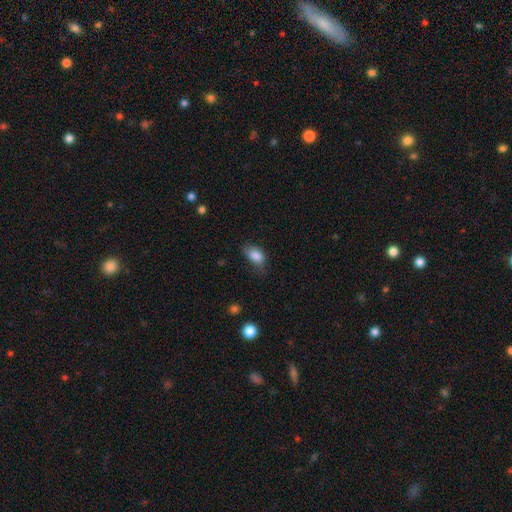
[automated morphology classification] smooth_or_featured: smooth (p=0.85) [alt: star or artifact p=0.08]
how_rounded: in between (p=0.87) [alt: round p=0.10]
merging: none (p=0.61) [alt: minor disturbance p=0.29]